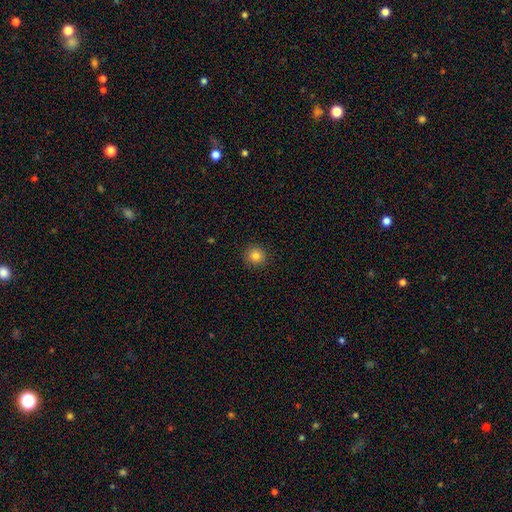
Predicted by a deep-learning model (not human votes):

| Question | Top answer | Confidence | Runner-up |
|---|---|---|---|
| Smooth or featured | smooth | 83% | star or artifact (12%) |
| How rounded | round | 93% | in between (6%) |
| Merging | none | 92% | minor disturbance (5%) |